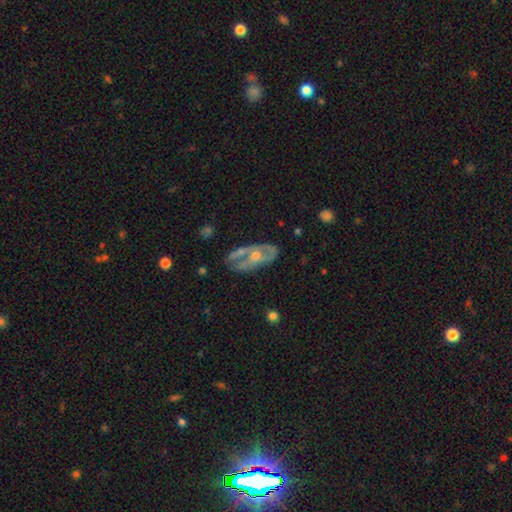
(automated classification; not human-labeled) A featured or disk galaxy (70%) with no bar (67%), spiral arms (53%) and a moderate central bulge (52%). Merging: none (52%).